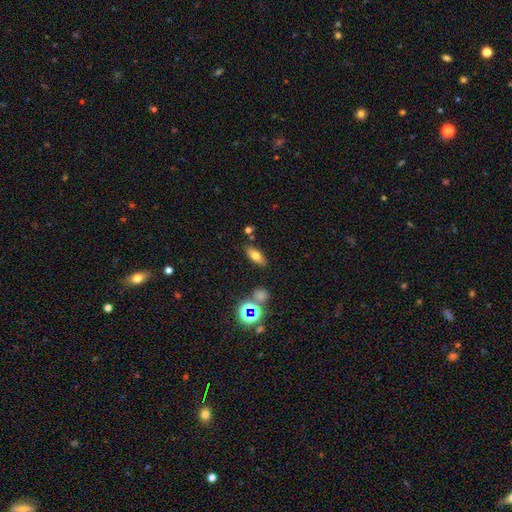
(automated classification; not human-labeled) Smooth or featured? Predicted: smooth (p=0.66). How rounded? Predicted: in between (p=0.72). Merging? Predicted: none (p=0.81).